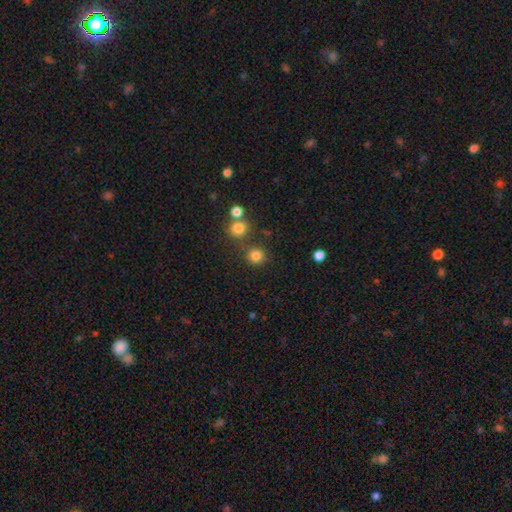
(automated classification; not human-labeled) smooth-or-featured: smooth: 80% | star or artifact: 14% | featured or disk: 5%
  how-rounded: round: 90% | in between: 9% | cigar-shaped: 1%
  merging: none: 76% | merger: 12% | minor disturbance: 9% | major disturbance: 4%